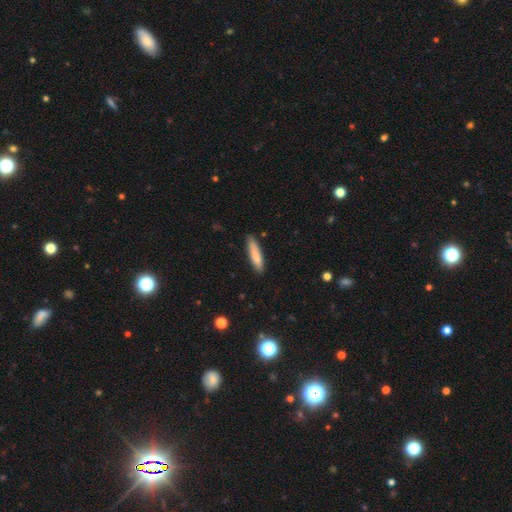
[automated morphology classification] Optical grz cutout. It shows a smooth galaxy with no disk features (83%) that is cigar-shaped (81%). Merging: none (83%).